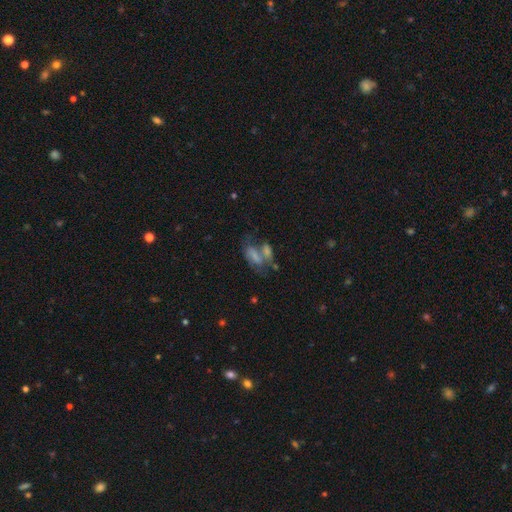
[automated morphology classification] Smooth or featured?
  - smooth: 59% *
  - featured or disk: 29%
  - star or artifact: 12%
How rounded?
  - in between: 84% *
  - cigar-shaped: 9%
  - round: 7%
Merging?
  - merger: 50% *
  - none: 22%
  - major disturbance: 15%
  - minor disturbance: 13%